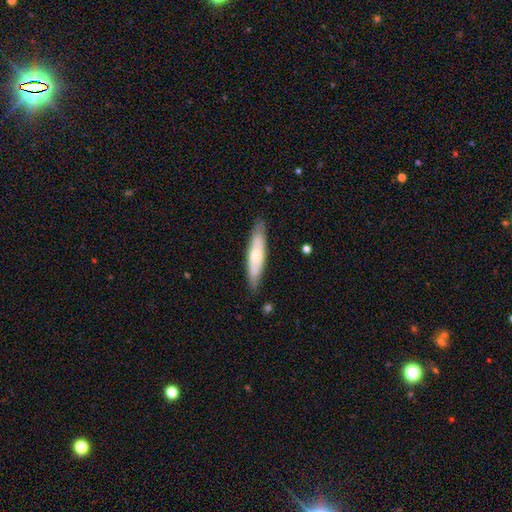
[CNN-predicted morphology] smooth_or_featured: smooth (p=0.54) [alt: featured or disk p=0.40]
how_rounded: cigar-shaped (p=0.80) [alt: in between p=0.19]
merging: none (p=0.84) [alt: minor disturbance p=0.13]